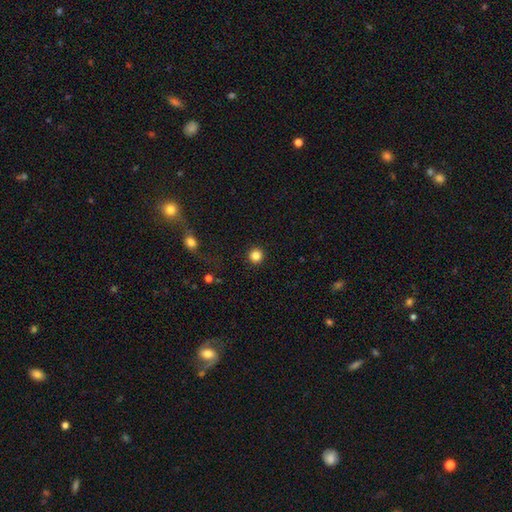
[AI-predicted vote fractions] smooth 84%, star or artifact 11%, featured or disk 4%. Down the decision tree: how rounded — round (96%); merging — none (93%).